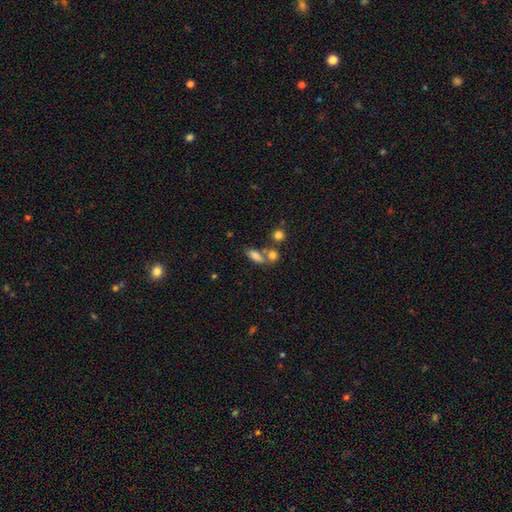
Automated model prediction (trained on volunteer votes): Q: Smooth or featured?
A: smooth (78%); runner-up: star or artifact (12%)
Q: How rounded?
A: in between (78%); runner-up: cigar-shaped (14%)
Q: Merging?
A: none (46%); runner-up: merger (34%)